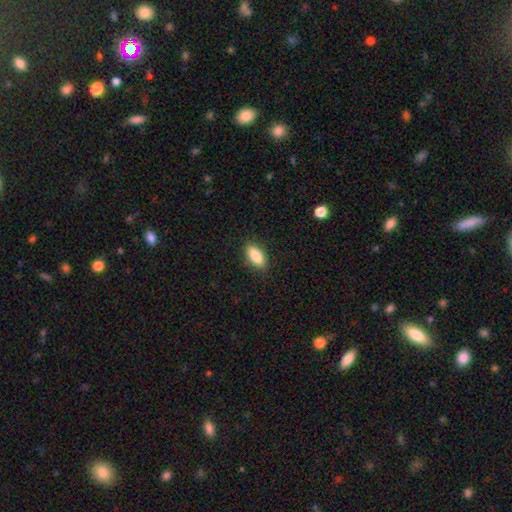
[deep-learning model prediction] The model was most divided on "how rounded": in between: 88%, cigar-shaped: 9%, round: 3%. More confident: merging — none (88%); smooth or featured — smooth (86%).